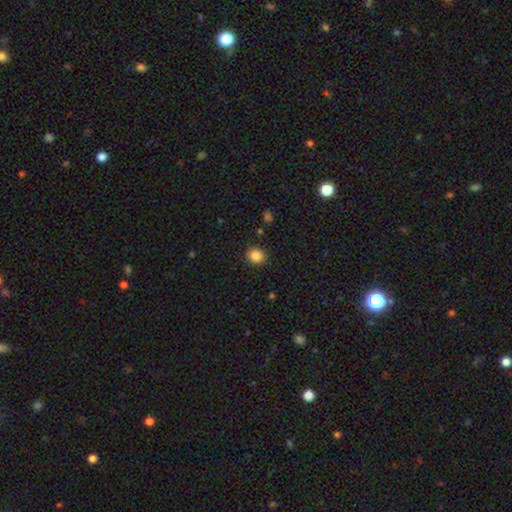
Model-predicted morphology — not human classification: type=smooth (86%); roundness=round (70%); merging=none (88%).